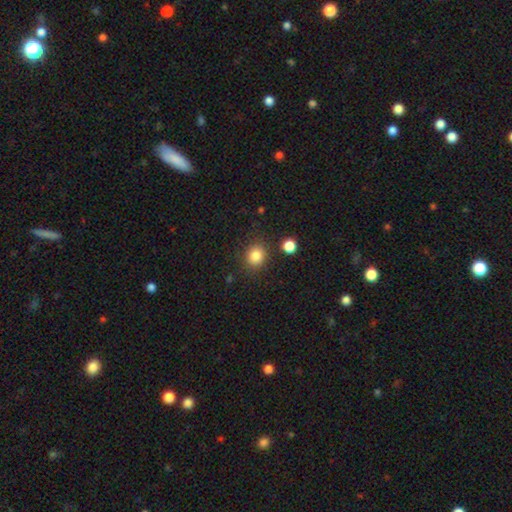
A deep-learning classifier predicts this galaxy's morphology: A smooth galaxy with no disk features (84%) that is round (78%). Merging: none (83%).